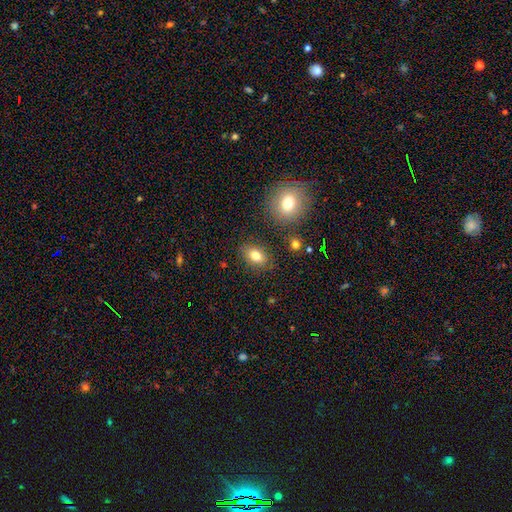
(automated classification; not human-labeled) Smooth or featured: smooth — 79% (featured or disk — 11%)
How rounded: in between — 83% (round — 15%)
Merging: none — 83% (minor disturbance — 11%)